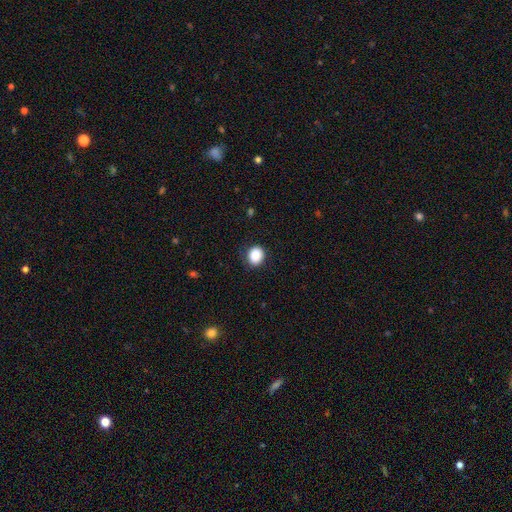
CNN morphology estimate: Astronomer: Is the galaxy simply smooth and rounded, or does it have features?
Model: smooth — 88%.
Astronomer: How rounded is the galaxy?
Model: round — 71%.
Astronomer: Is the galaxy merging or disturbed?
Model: none — 85%.